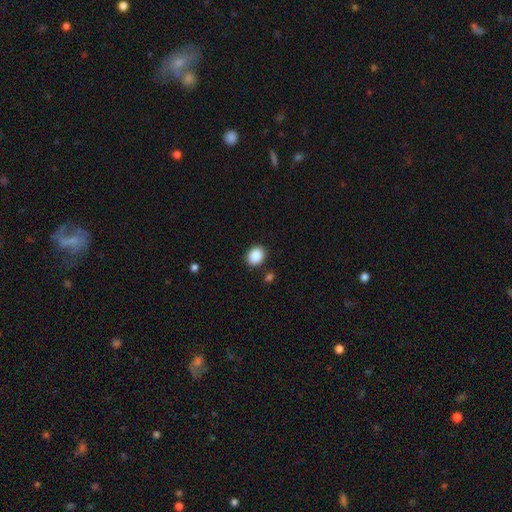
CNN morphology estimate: This appears to be a smooth galaxy with no disk features (87%) that is round (59%). Merging: none (88%).